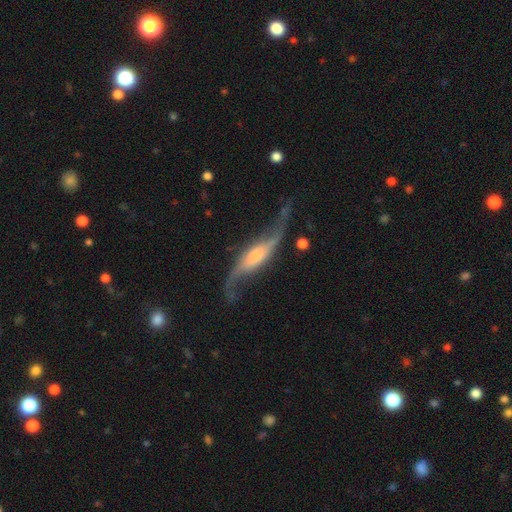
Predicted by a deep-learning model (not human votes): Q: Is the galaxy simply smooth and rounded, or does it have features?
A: featured or disk — 82%.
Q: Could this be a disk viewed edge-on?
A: no — 65%.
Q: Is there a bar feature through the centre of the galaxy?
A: no — 47%.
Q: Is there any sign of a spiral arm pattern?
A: yes — 93%.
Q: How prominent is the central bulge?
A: moderate — 31%.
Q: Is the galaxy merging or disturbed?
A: none — 57%.